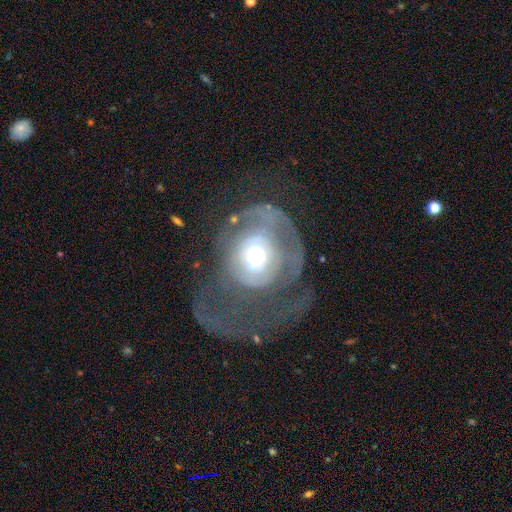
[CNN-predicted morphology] A featured or disk galaxy (66%) with no bar (80%), spiral arms (51%) and a moderate central bulge (59%). Merging: major disturbance (63%).